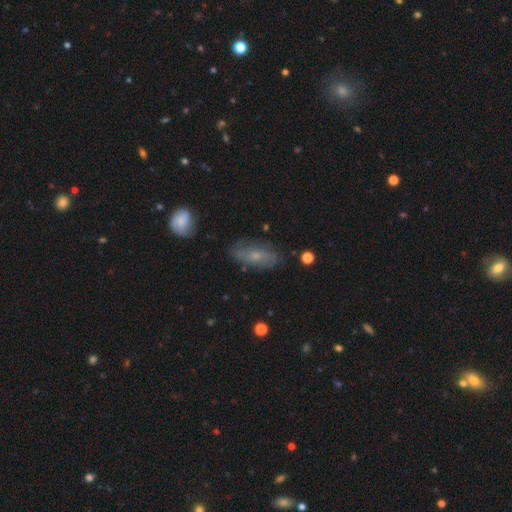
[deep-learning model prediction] Smooth or featured?
  - featured or disk: 48% *
  - smooth: 42%
  - star or artifact: 10%
Merging?
  - none: 72% *
  - minor disturbance: 19%
  - major disturbance: 6%
  - merger: 2%